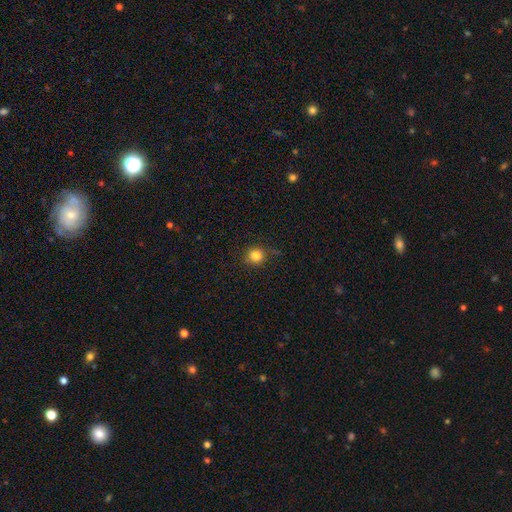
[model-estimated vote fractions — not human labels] Smooth or featured? Predicted: smooth (p=0.82). How rounded? Predicted: round (p=0.90). Merging? Predicted: none (p=0.81).